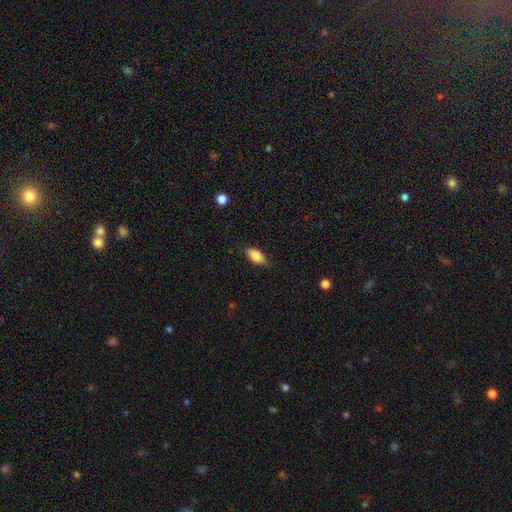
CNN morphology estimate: This is clearly a smooth galaxy (83%). How rounded: clearly in between (88%). Merging: likely none (78%).